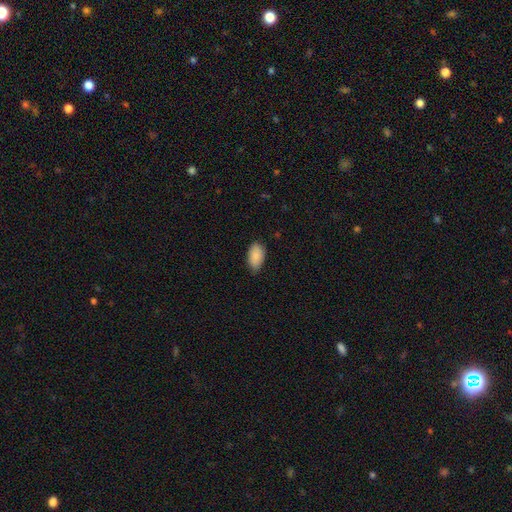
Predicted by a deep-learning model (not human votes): Morphology: type=smooth (88%); roundness=in between (94%); merging=none (77%).